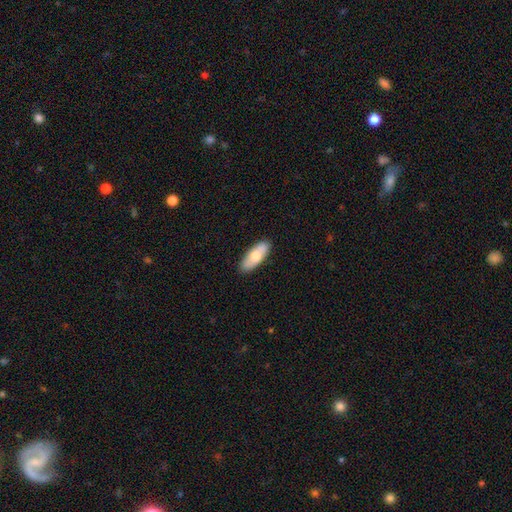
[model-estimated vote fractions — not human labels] Morphology: type=smooth (64%); roundness=in between (78%); merging=none (87%).